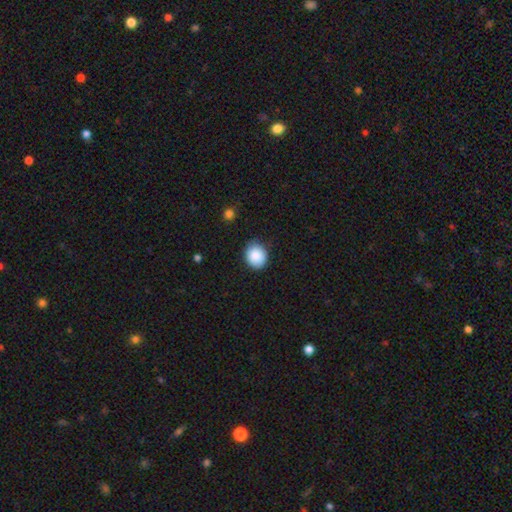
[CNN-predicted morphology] Q: Smooth or featured?
A: smooth (88%); runner-up: star or artifact (8%)
Q: How rounded?
A: round (76%); runner-up: in between (23%)
Q: Merging?
A: none (84%); runner-up: minor disturbance (12%)